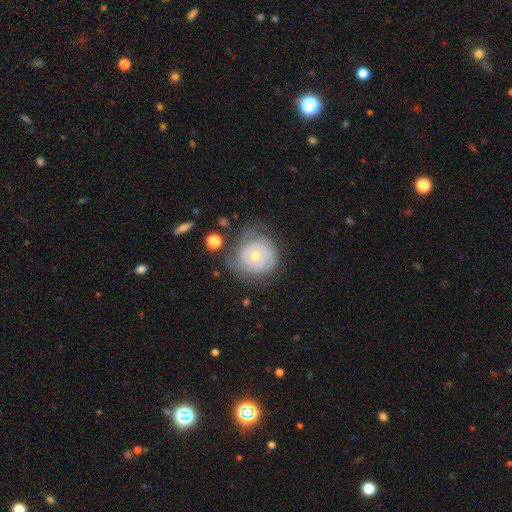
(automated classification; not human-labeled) Overall: featured or disk (71%). Edge-on disk: no (97%). Bar: no (82%). Spiral arms: yes (83%). Spiral arm count: can't tell (49%; 2 24%). Spiral winding: tight (75%). Bulge size: small (49%; moderate 47%). Merging: none (58%; minor disturbance 25%).